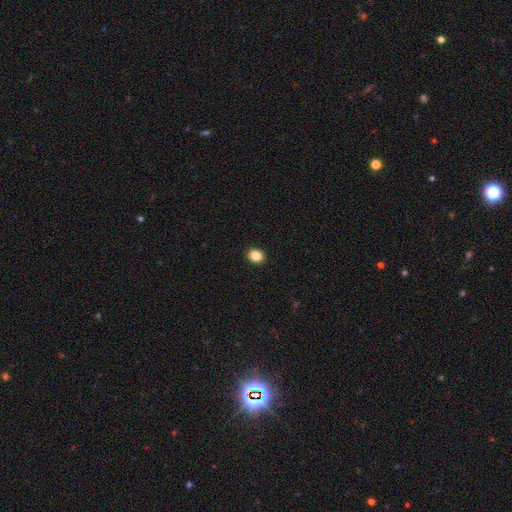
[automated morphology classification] Q: Smooth or featured?
A: smooth (87%); runner-up: star or artifact (9%)
Q: How rounded?
A: round (54%); runner-up: in between (45%)
Q: Merging?
A: none (92%); runner-up: minor disturbance (5%)